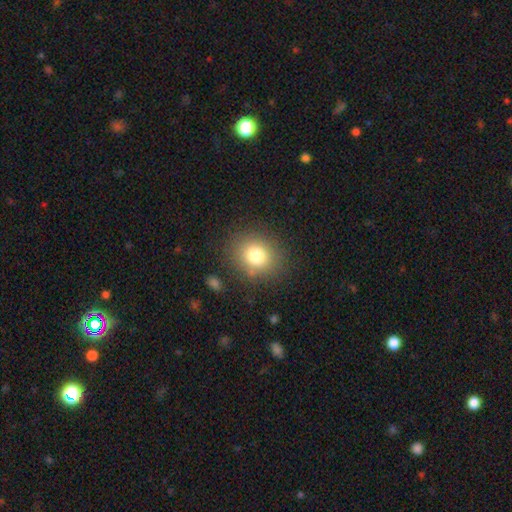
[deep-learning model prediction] Smooth or featured: smooth — 78% (star or artifact — 12%)
How rounded: round — 69% (in between — 30%)
Merging: none — 83% (minor disturbance — 10%)